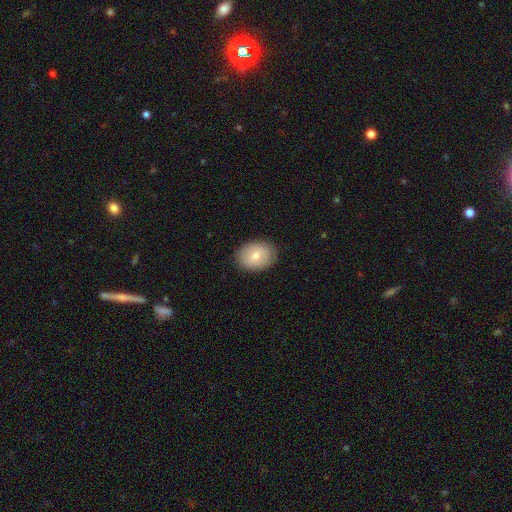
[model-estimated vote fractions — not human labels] smooth 75%, featured or disk 18%, star or artifact 7%. Down the decision tree: how rounded — in between (70%); merging — none (87%).